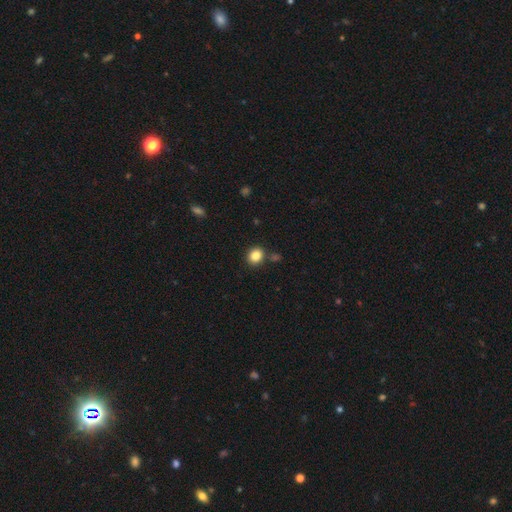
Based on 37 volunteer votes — Smooth or featured?
  - smooth: 92% *
  - featured or disk: 5%
  - star or artifact: 3%
How rounded?
  - round: 76% *
  - in between: 24%
  - cigar-shaped: 0%
Merging?
  - none: 86% *
  - minor disturbance: 6%
  - merger: 6%
  - major disturbance: 3%